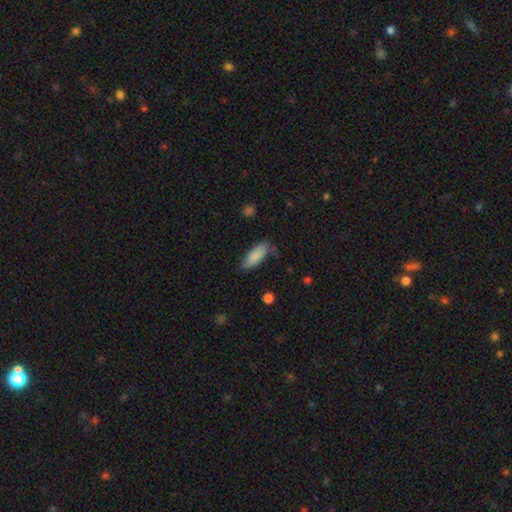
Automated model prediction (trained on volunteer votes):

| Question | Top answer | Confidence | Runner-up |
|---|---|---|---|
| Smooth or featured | smooth | 86% | featured or disk (8%) |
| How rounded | in between | 71% | cigar-shaped (27%) |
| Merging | none | 75% | minor disturbance (19%) |